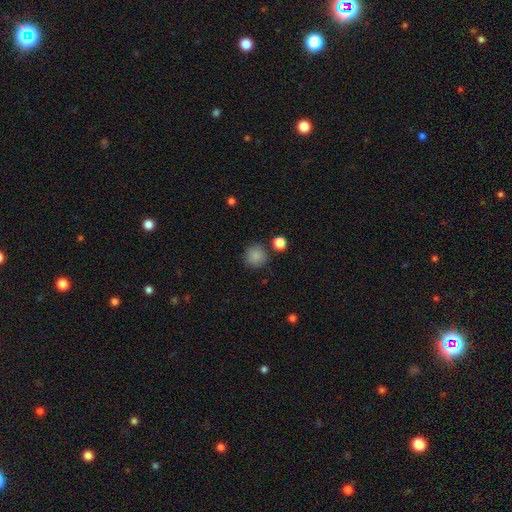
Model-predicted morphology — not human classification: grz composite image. It shows a smooth galaxy with no disk features (86%) that is round (92%). Merging: none (80%).